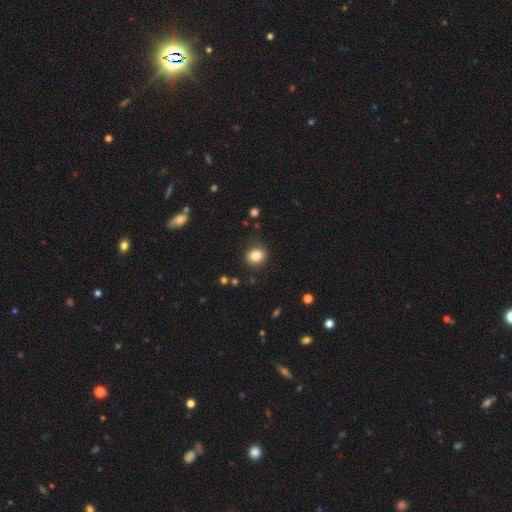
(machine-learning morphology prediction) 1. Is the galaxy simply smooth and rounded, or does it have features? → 84% smooth, 10% star or artifact, 5% featured or disk.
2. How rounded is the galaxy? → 65% round, 34% in between, 1% cigar-shaped.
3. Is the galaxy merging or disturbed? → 86% none, 10% minor disturbance, 3% major disturbance, 1% merger.